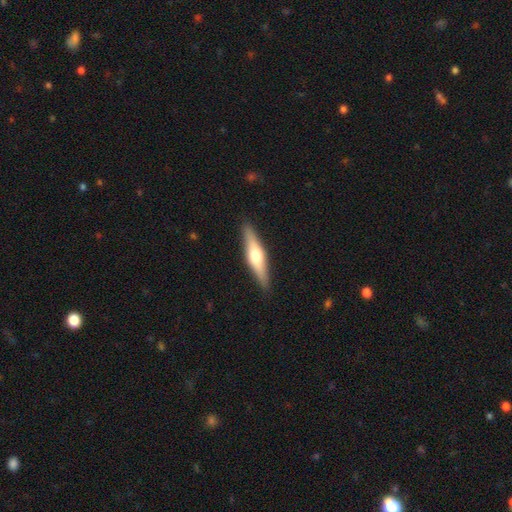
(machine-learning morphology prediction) smooth_or_featured: featured or disk (p=0.52) [alt: smooth p=0.43]
disk_edge_on: yes (p=0.94) [alt: no p=0.06]
merging: none (p=0.90) [alt: minor disturbance p=0.08]